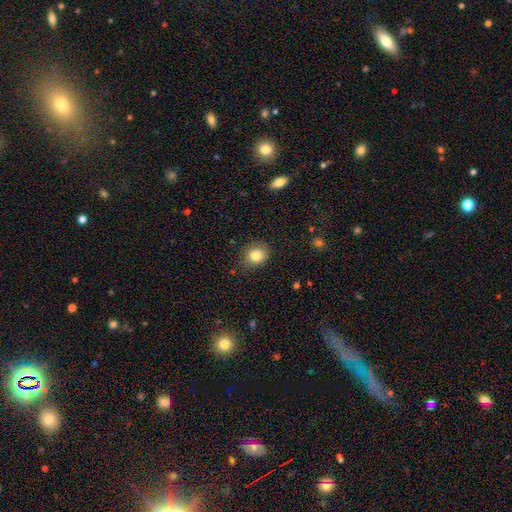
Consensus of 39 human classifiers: This appears to be a smooth galaxy with no disk features (82%) that is round (53%). Merging: none (91%).